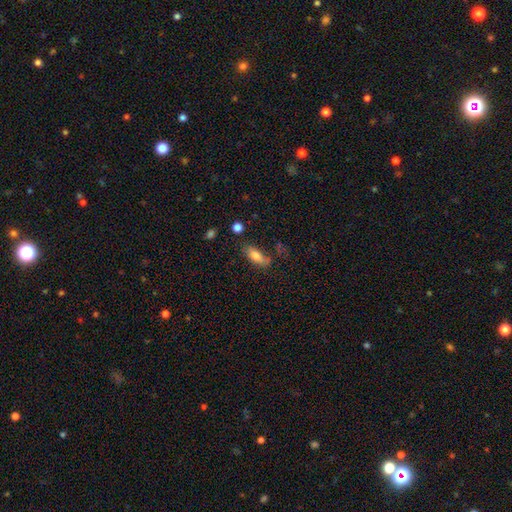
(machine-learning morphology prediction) Smooth or featured? Predicted: smooth (p=0.78). How rounded? Predicted: in between (p=0.74). Merging? Predicted: none (p=0.63).